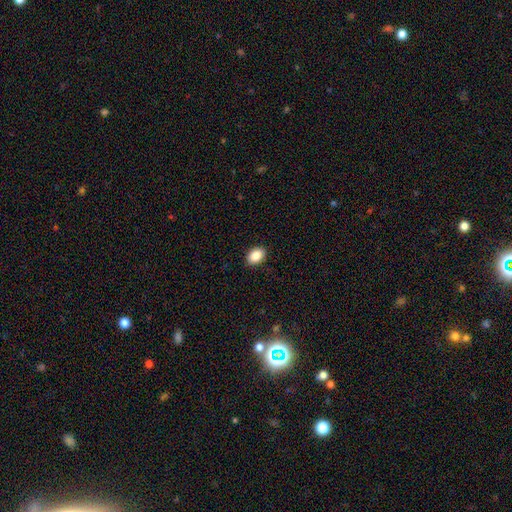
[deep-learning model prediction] smooth_or_featured: smooth (p=0.88) [alt: star or artifact p=0.08]
how_rounded: in between (p=0.82) [alt: round p=0.17]
merging: none (p=0.90) [alt: minor disturbance p=0.07]